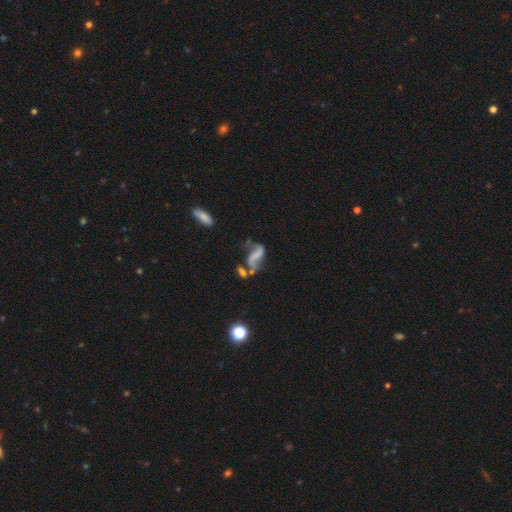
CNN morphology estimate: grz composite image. It shows a featured or disk galaxy (71%) with no bar (39%), 2 (83%) loose (84%) spiral arms (79%) and no central bulge (66%). Merging: none (33%).